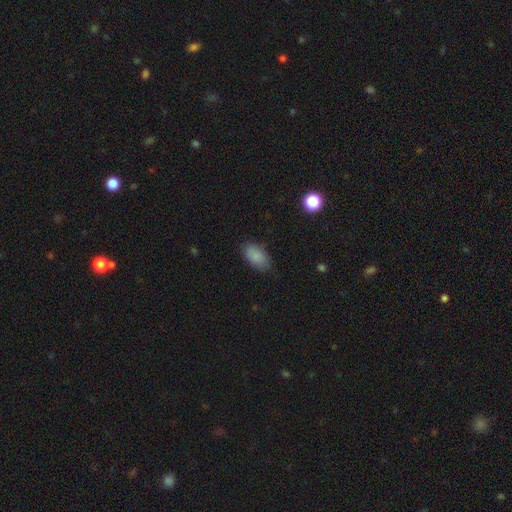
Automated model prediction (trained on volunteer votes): Overall: smooth (88%). How rounded: in between (93%). Merging: none (82%).